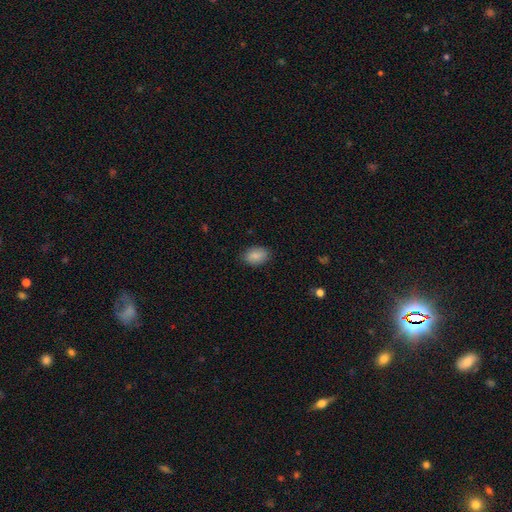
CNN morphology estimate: This appears to be a smooth galaxy with no disk features (87%) that is in between round and cigar-shaped (87%). Merging: none (85%).